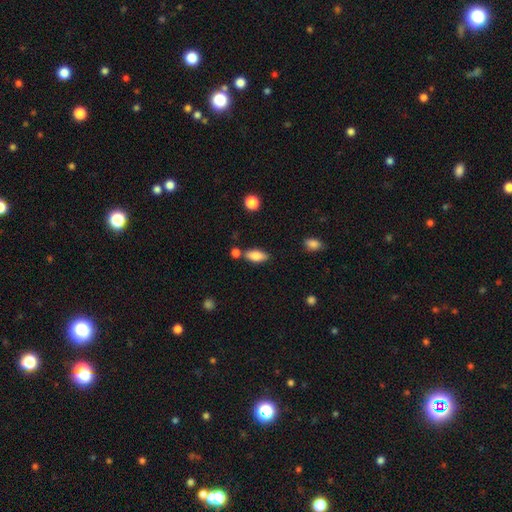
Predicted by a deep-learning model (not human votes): Smooth or featured?
  - smooth: 81% *
  - featured or disk: 11%
  - star or artifact: 7%
How rounded?
  - in between: 87% *
  - cigar-shaped: 11%
  - round: 3%
Merging?
  - none: 74% *
  - minor disturbance: 13%
  - merger: 10%
  - major disturbance: 3%